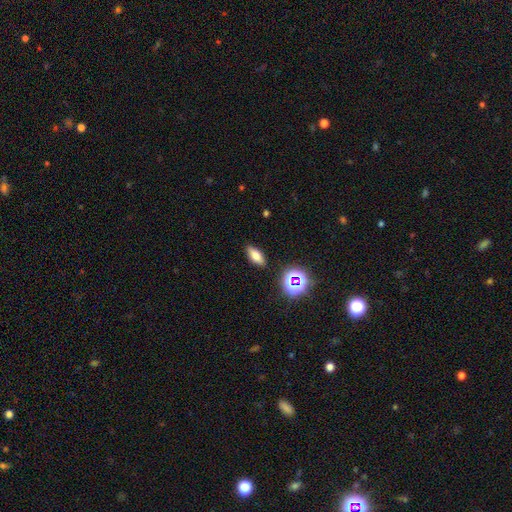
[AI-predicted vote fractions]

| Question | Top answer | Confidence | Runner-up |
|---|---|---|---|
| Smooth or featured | smooth | 73% | star or artifact (15%) |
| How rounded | in between | 76% | cigar-shaped (18%) |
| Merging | none | 87% | minor disturbance (9%) |